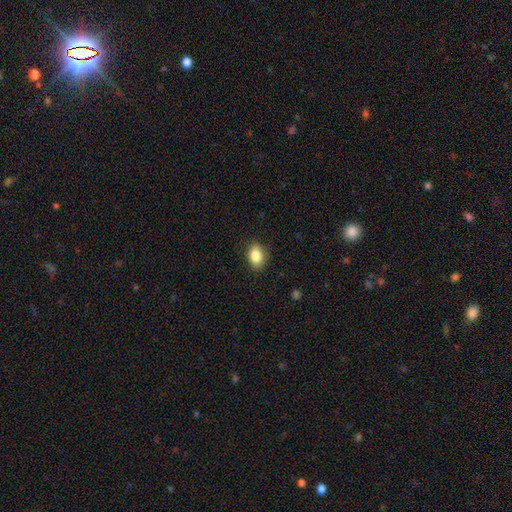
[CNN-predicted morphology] Q: Smooth or featured?
A: smooth (84%); runner-up: star or artifact (8%)
Q: How rounded?
A: in between (82%); runner-up: round (17%)
Q: Merging?
A: none (86%); runner-up: minor disturbance (11%)